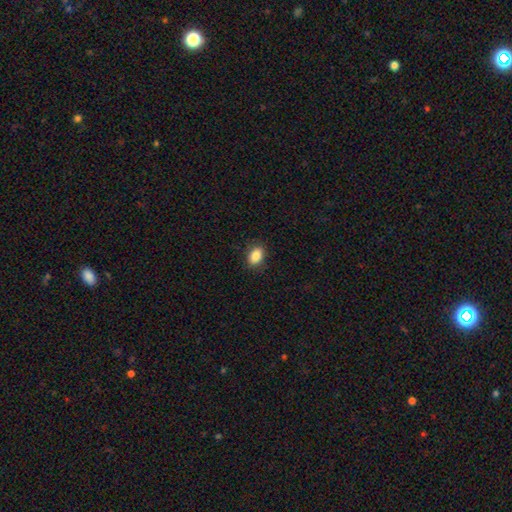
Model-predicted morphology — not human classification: A smooth galaxy with no disk features (86%) that is in between round and cigar-shaped (82%). Merging: none (88%).